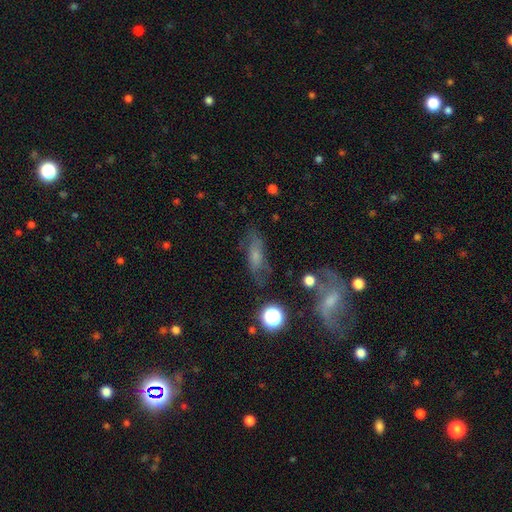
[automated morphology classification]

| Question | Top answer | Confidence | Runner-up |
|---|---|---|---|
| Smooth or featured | smooth | 43% | featured or disk (41%) |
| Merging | none | 62% | minor disturbance (21%) |